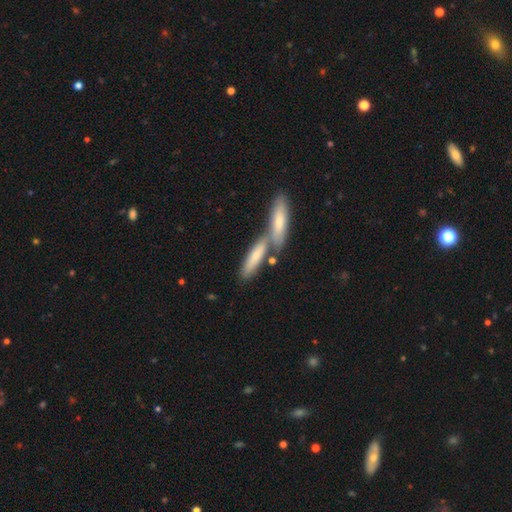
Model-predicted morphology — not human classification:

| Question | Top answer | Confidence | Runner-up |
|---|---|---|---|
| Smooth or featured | smooth | 73% | featured or disk (22%) |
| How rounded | cigar-shaped | 71% | in between (27%) |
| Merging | merger | 44% | none (43%) |